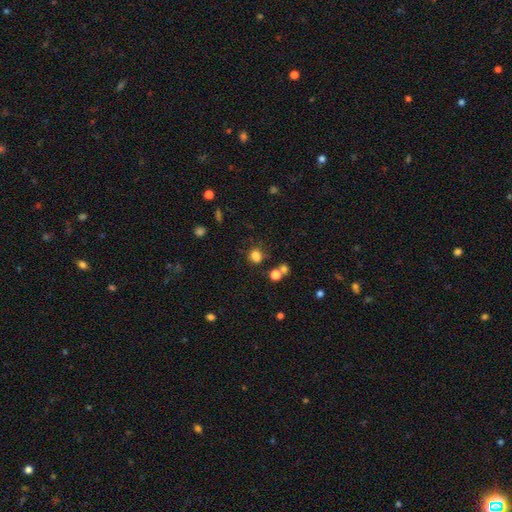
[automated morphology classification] Q: Smooth or featured?
A: smooth (79%); runner-up: star or artifact (15%)
Q: How rounded?
A: round (79%); runner-up: in between (20%)
Q: Merging?
A: none (69%); runner-up: minor disturbance (15%)